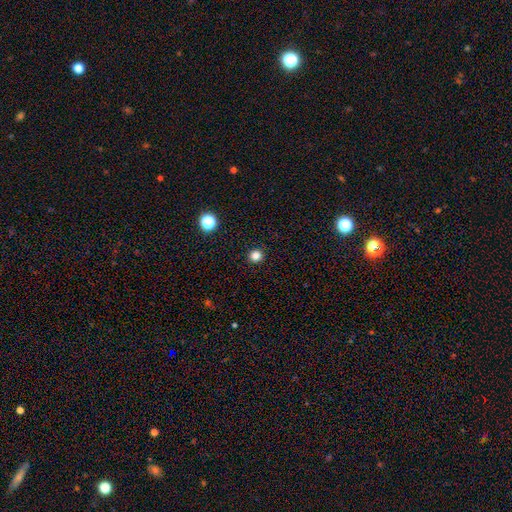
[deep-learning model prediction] This appears to be a smooth galaxy with no disk features (83%) that is round (93%). Merging: none (93%).